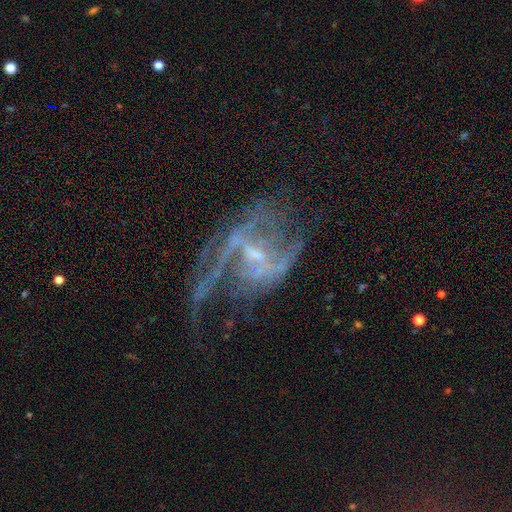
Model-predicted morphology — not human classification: featured or disk 82%, star or artifact 11%, smooth 7%. Down the decision tree: edge-on disk — no (95%); bar — weak (46%); spiral arms — yes (77%); spiral arm count — 2 (53%); spiral winding — loose (56%); bulge size — small (60%); merging — major disturbance (42%).